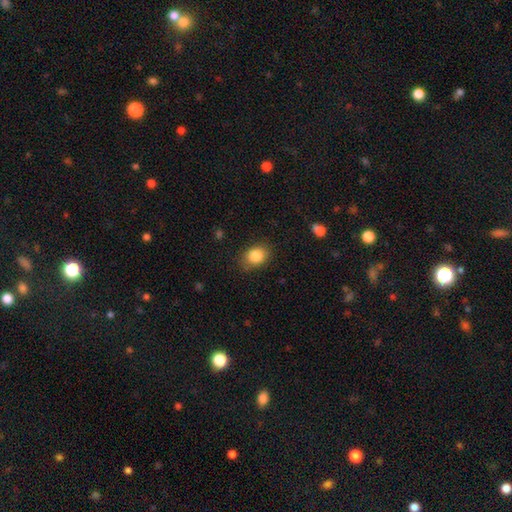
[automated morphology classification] Overall: smooth (85%). How rounded: in between (61%; round 38%). Merging: none (82%).